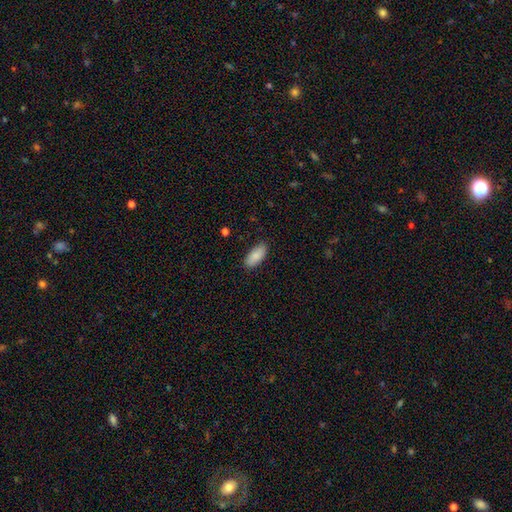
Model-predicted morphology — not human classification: A smooth galaxy with no disk features (88%) that is in between round and cigar-shaped (89%).

Vote fractions:
- Smooth or featured? smooth: 88% / star or artifact: 6% / featured or disk: 6%
- How rounded? in between: 89% / cigar-shaped: 9% / round: 2%
- Merging? none: 87% / minor disturbance: 10% / major disturbance: 2% / merger: 1%